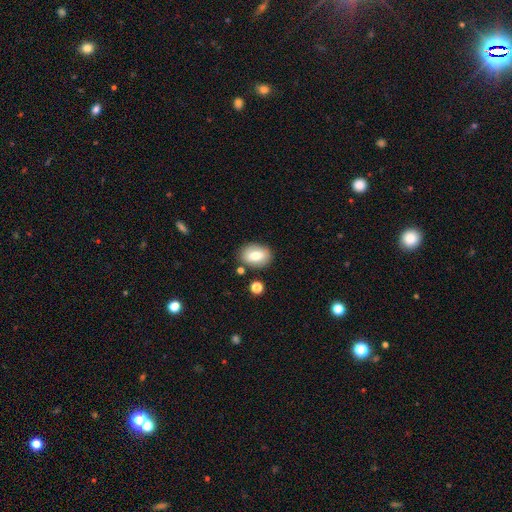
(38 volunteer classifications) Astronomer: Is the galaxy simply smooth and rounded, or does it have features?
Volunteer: smooth — 87%.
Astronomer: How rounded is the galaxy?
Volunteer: in between — 73%.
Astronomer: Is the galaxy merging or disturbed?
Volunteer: none — 86%.